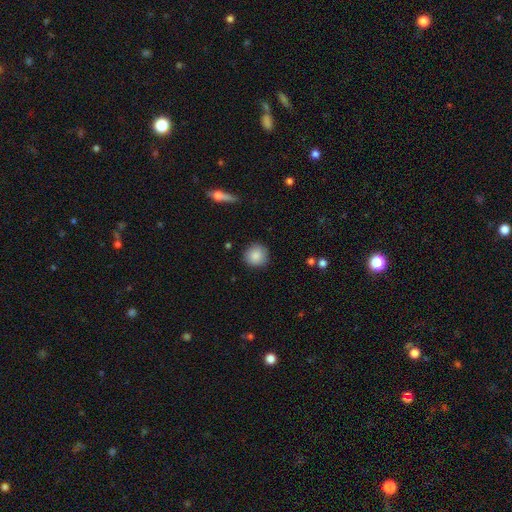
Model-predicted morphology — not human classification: This appears to be a smooth galaxy with no disk features (88%) that is round (92%). Merging: none (88%).